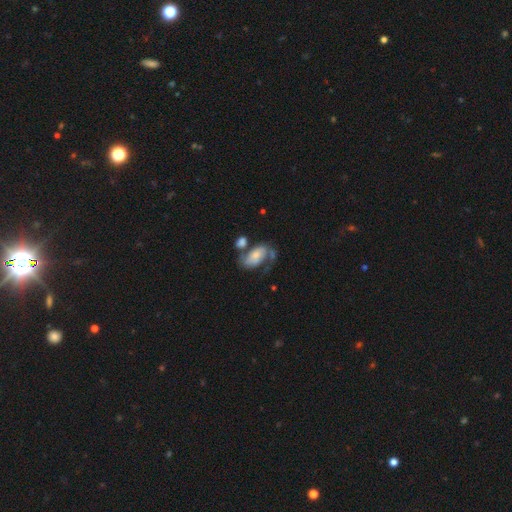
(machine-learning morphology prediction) A featured or disk galaxy (51%).

Vote fractions:
- Smooth or featured? featured or disk: 51% / smooth: 42% / star or artifact: 8%
- Edge-on disk? no: 95% / yes: 5%
- Merging? none: 32% / merger: 25% / major disturbance: 23% / minor disturbance: 19%